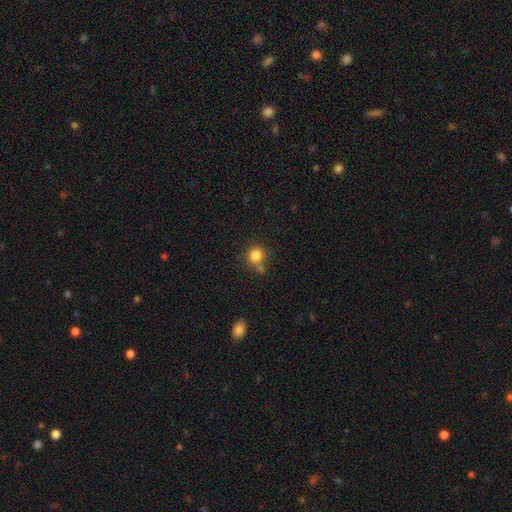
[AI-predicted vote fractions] The model was most divided on "merging": none: 66%, merger: 19%, minor disturbance: 12%, major disturbance: 4%. More confident: how rounded — round (89%); smooth or featured — smooth (83%).